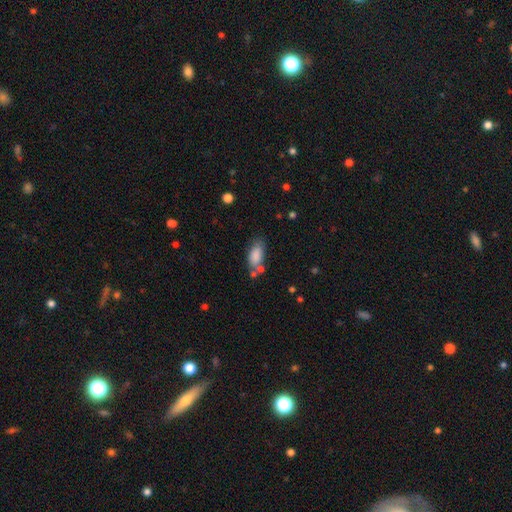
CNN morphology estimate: Smooth or featured: smooth — 84% (featured or disk — 9%)
How rounded: in between — 89% (cigar-shaped — 8%)
Merging: none — 57% (minor disturbance — 20%)